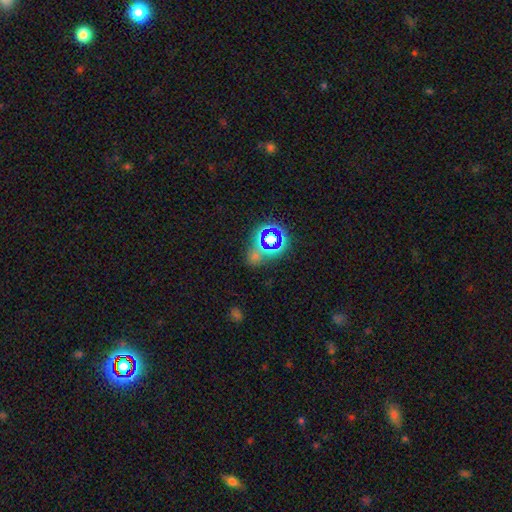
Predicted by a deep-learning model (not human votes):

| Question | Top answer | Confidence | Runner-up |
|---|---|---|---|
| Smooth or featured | star or artifact | 62% | smooth (28%) |